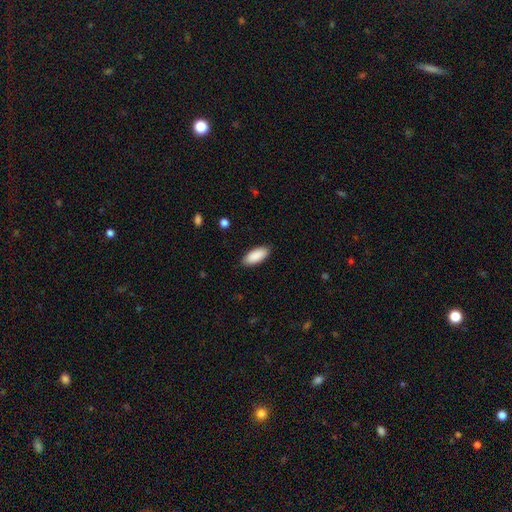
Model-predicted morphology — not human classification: Smooth or featured?
  - smooth: 91% *
  - star or artifact: 6%
  - featured or disk: 4%
How rounded?
  - in between: 87% *
  - cigar-shaped: 11%
  - round: 2%
Merging?
  - none: 89% *
  - minor disturbance: 9%
  - major disturbance: 2%
  - merger: 1%